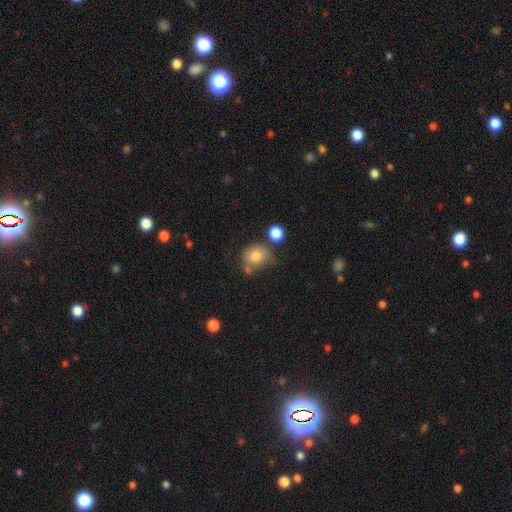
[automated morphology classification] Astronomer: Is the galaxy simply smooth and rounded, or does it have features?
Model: smooth — 79%.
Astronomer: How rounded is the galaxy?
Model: round — 74%.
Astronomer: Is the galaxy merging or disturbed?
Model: none — 54%.